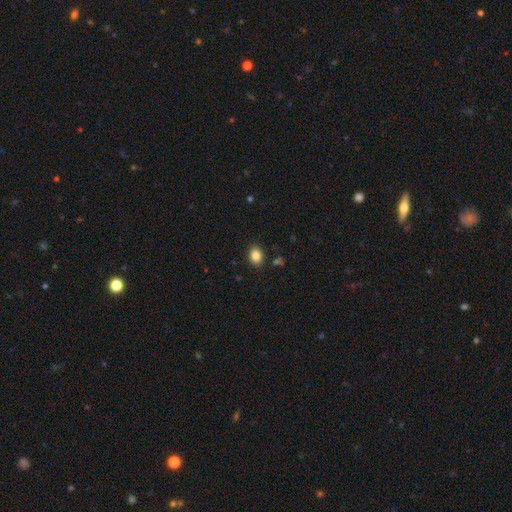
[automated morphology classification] This appears to be a smooth galaxy with no disk features (84%) that is in between round and cigar-shaped (66%). Merging: none (87%).